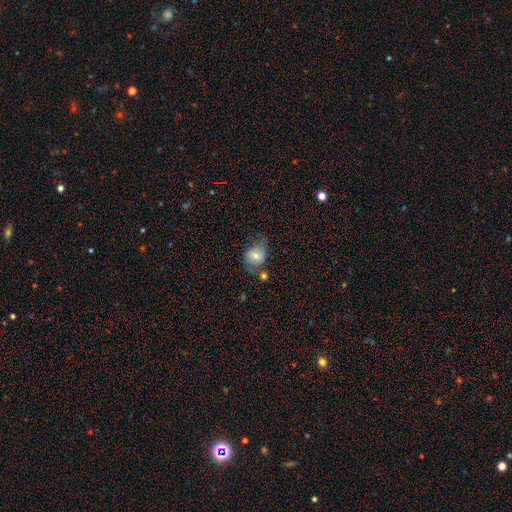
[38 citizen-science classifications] smooth 55%, featured or disk 42%, star or artifact 3%. Down the decision tree: how rounded — round (76%); merging — none (46%).